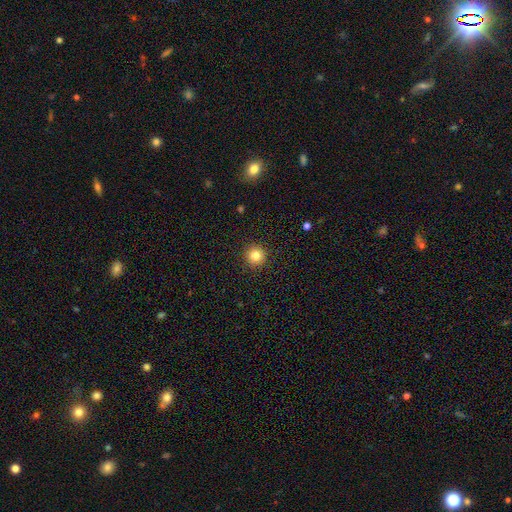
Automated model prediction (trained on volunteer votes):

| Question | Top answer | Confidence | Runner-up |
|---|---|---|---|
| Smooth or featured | smooth | 82% | star or artifact (12%) |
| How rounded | round | 95% | in between (4%) |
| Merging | none | 93% | minor disturbance (5%) |